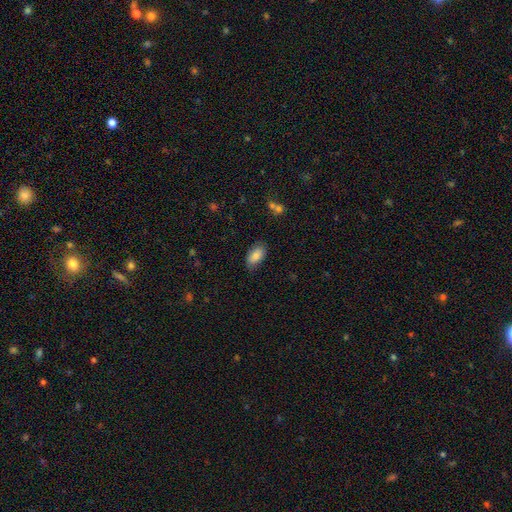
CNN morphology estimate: Overall: smooth (83%). How rounded: in between (94%). Merging: none (78%).